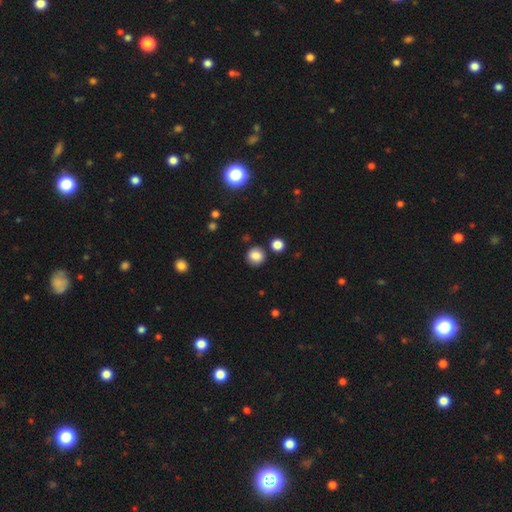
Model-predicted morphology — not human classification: This is clearly a smooth galaxy (84%). How rounded: clearly round (89%). Merging: clearly none (85%).